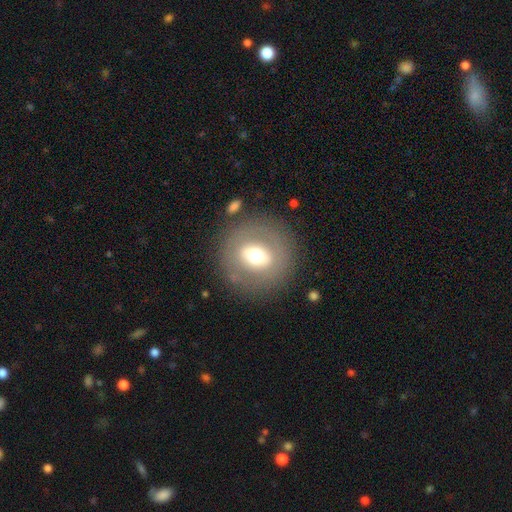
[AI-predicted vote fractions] The model was most divided on "smooth or featured": smooth: 50%, featured or disk: 40%, star or artifact: 9%. More confident: how rounded — round (87%); merging — none (83%).